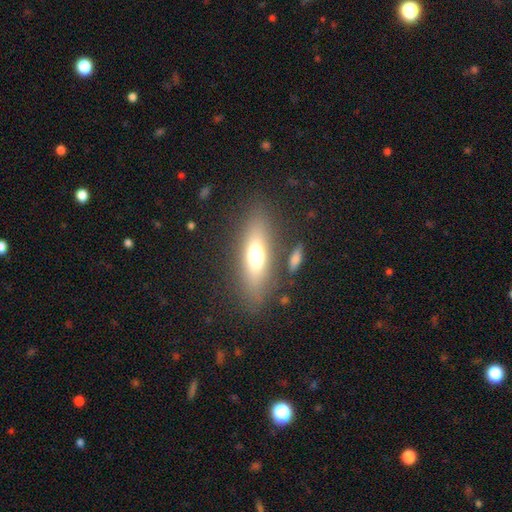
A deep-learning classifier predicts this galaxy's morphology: Smooth or featured? Predicted: smooth (p=0.60). How rounded? Predicted: in between (p=0.59). Merging? Predicted: none (p=0.80).